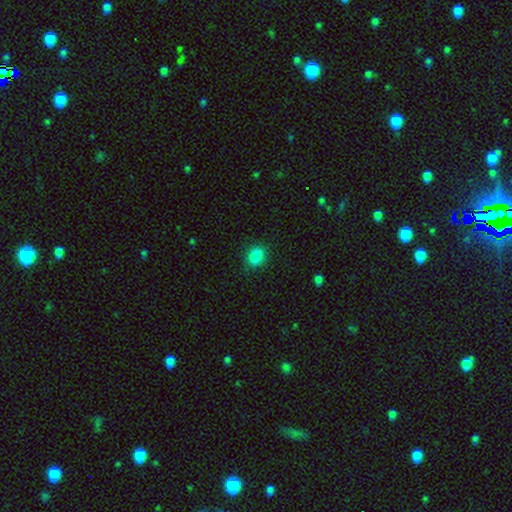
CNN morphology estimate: type=smooth (86%); roundness=in between (52%); merging=none (85%).